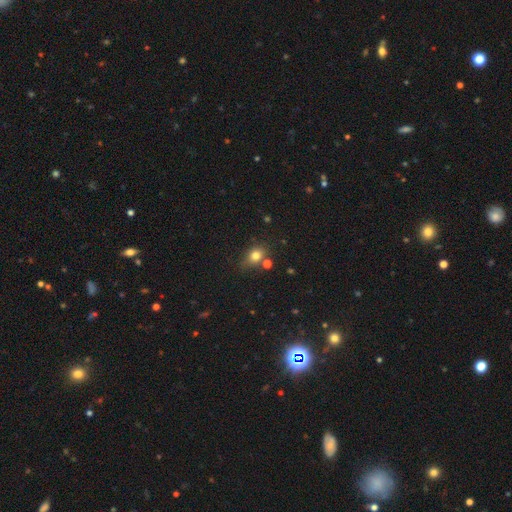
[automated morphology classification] type=smooth (78%); roundness=in between (55%); merging=none (64%).